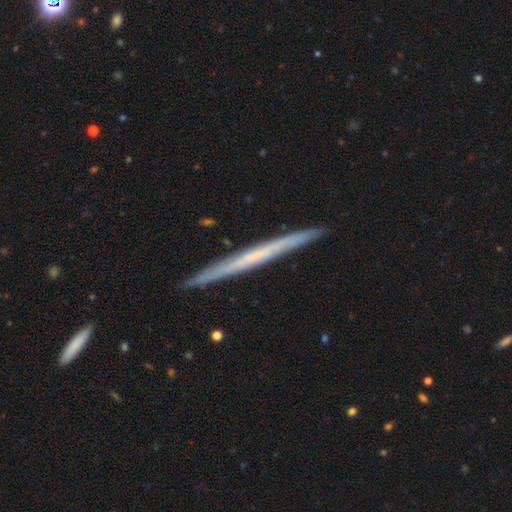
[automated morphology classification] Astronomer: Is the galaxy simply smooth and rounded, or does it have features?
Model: featured or disk — 58% (runner-up: smooth, 37%).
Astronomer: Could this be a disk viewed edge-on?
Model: yes — 97%.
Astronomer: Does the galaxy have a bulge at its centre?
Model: none — 90%.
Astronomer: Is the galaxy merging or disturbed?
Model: none — 92%.